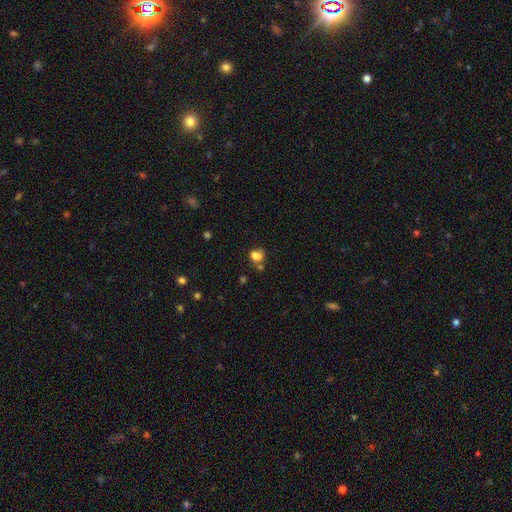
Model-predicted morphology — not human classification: The model was most divided on "merging": none: 45%, merger: 27%, minor disturbance: 18%, major disturbance: 9%. More confident: smooth or featured — smooth (77%); how rounded — round (64%).